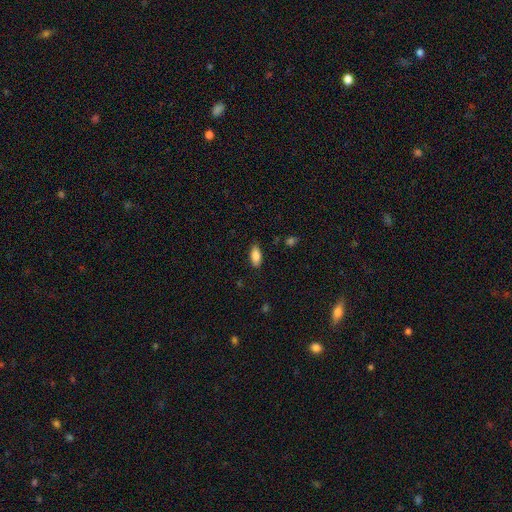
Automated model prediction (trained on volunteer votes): This appears to be a smooth galaxy with no disk features (87%) that is in between round and cigar-shaped (88%). Merging: none (86%).